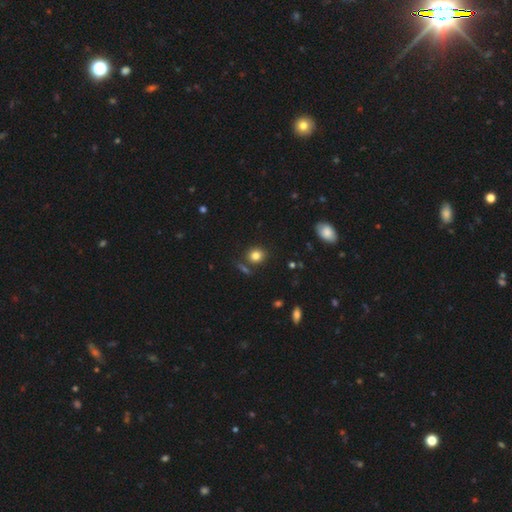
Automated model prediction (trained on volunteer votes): Smooth or featured? Predicted: smooth (p=0.82). How rounded? Predicted: round (p=0.77). Merging? Predicted: none (p=0.80).